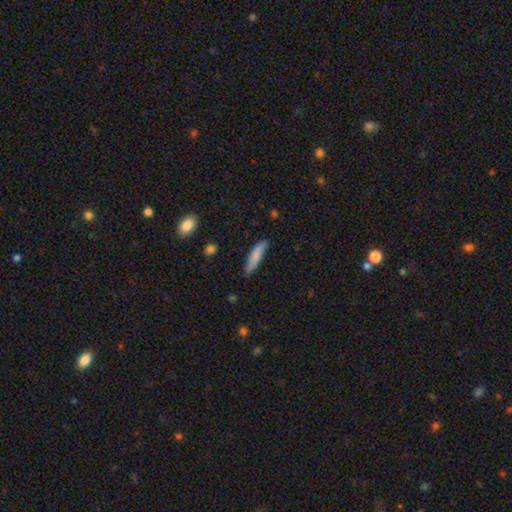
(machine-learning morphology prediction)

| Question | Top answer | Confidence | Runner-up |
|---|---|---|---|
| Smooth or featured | smooth | 79% | featured or disk (15%) |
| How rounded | cigar-shaped | 83% | in between (16%) |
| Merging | none | 78% | minor disturbance (17%) |